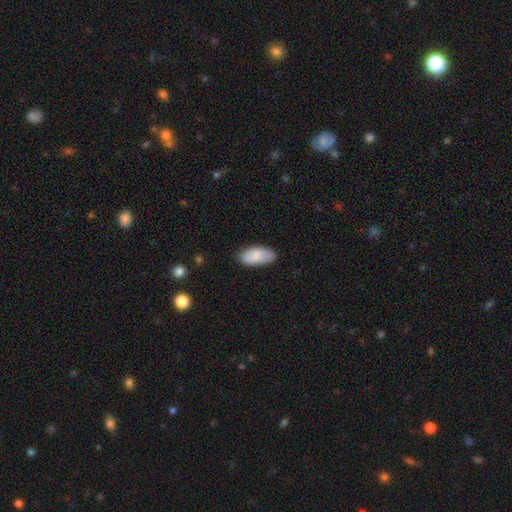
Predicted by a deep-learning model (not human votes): Overall: smooth (85%). How rounded: in between (93%). Merging: none (79%).